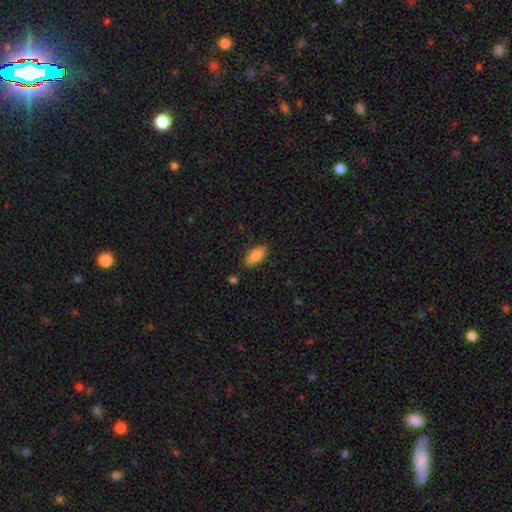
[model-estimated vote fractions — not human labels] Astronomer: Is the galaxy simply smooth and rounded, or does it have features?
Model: smooth — 84%.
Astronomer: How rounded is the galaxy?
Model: in between — 81%.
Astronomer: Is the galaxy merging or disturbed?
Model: none — 84%.